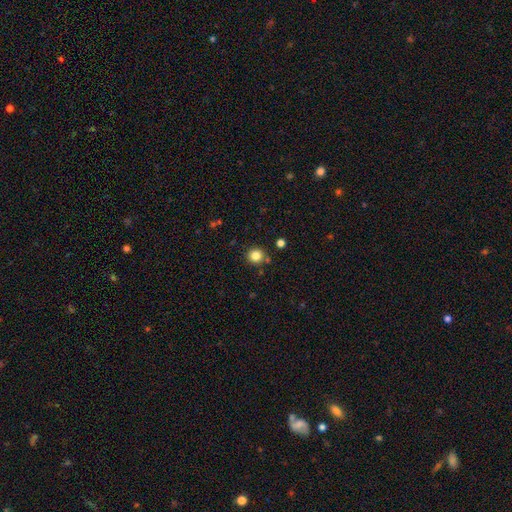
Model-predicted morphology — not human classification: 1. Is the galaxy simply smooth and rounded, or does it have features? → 83% smooth, 12% star or artifact, 5% featured or disk.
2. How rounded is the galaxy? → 93% round, 7% in between, 1% cigar-shaped.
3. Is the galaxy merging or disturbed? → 85% none, 7% minor disturbance, 5% merger, 2% major disturbance.